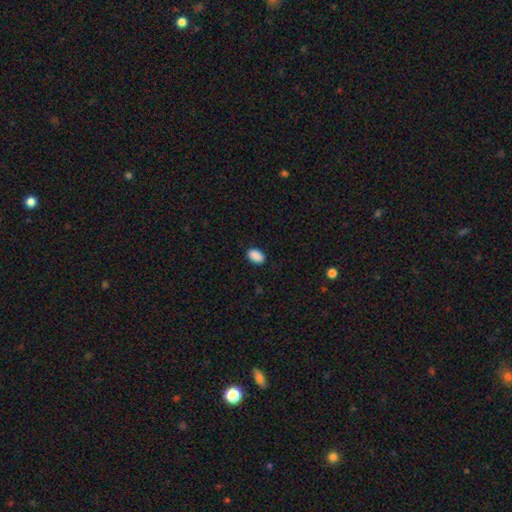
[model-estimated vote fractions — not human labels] Morphology: type=smooth (90%); roundness=in between (91%); merging=none (88%).